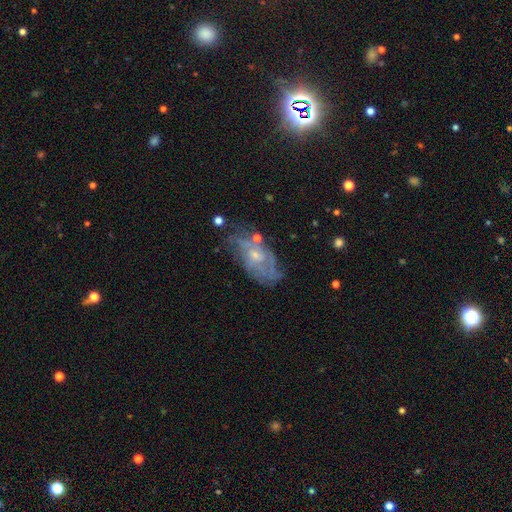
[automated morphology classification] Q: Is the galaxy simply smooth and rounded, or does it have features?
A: featured or disk — 68%.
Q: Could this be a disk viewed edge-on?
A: no — 94%.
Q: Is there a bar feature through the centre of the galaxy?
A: no — 70%.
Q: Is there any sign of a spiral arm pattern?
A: yes — 72%.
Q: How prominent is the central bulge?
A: small — 60%.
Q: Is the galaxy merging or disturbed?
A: none — 54%.